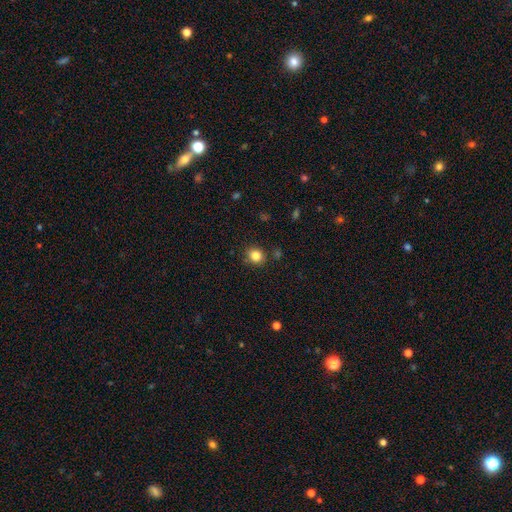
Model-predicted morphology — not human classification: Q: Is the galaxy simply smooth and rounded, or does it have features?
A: smooth — 83%.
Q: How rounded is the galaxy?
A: round — 79%.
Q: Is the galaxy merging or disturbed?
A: none — 86%.